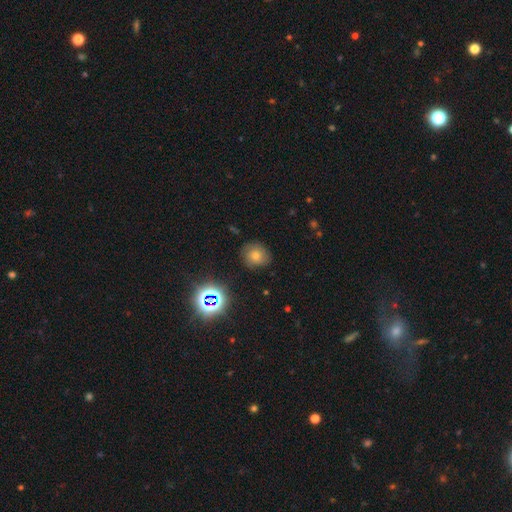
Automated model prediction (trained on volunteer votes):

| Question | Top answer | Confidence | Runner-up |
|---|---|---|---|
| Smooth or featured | smooth | 65% | star or artifact (20%) |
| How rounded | round | 79% | in between (20%) |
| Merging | none | 80% | minor disturbance (15%) |